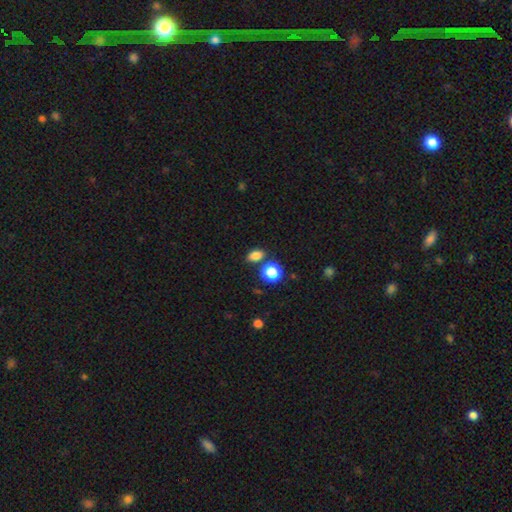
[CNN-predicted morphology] Q: Smooth or featured?
A: smooth (83%); runner-up: star or artifact (12%)
Q: How rounded?
A: in between (67%); runner-up: round (31%)
Q: Merging?
A: none (71%); runner-up: merger (14%)